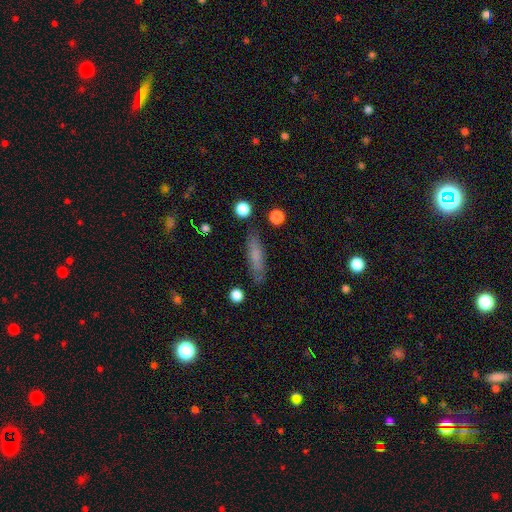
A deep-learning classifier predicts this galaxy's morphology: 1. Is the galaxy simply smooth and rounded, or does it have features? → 69% smooth, 22% featured or disk, 9% star or artifact.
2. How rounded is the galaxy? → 70% cigar-shaped, 27% in between, 3% round.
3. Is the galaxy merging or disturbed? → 82% none, 12% minor disturbance, 3% major disturbance, 2% merger.